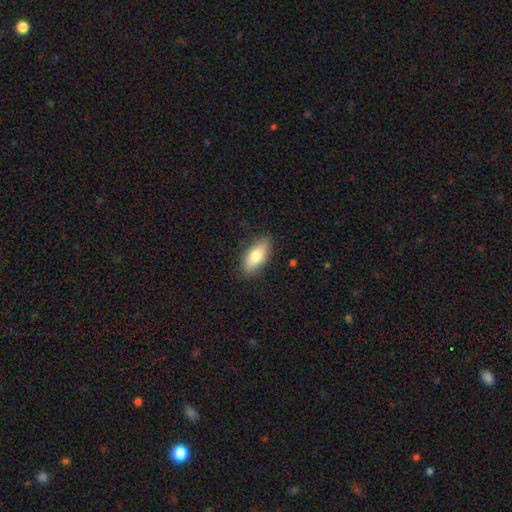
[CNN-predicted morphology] A smooth galaxy with no disk features (75%) that is in between round and cigar-shaped (84%).

Vote fractions:
- Smooth or featured? smooth: 75% / featured or disk: 19% / star or artifact: 6%
- How rounded? in between: 84% / cigar-shaped: 13% / round: 3%
- Merging? none: 84% / minor disturbance: 12% / major disturbance: 3% / merger: 1%